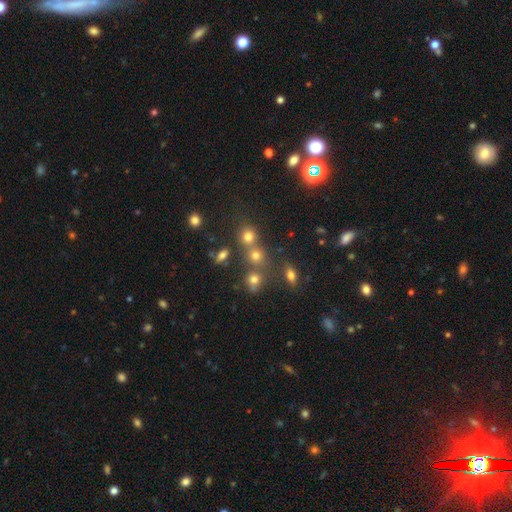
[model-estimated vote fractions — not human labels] This appears to be a smooth galaxy with no disk features (71%) that is round (81%). Merging: none (59%).